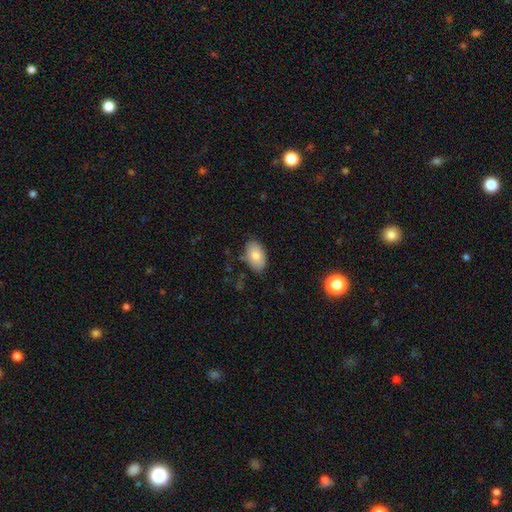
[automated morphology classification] A smooth galaxy with no disk features (81%) that is in between round and cigar-shaped (92%).

Vote fractions:
- Smooth or featured? smooth: 81% / featured or disk: 12% / star or artifact: 7%
- How rounded? in between: 92% / round: 7% / cigar-shaped: 1%
- Merging? none: 78% / minor disturbance: 17% / major disturbance: 3% / merger: 2%